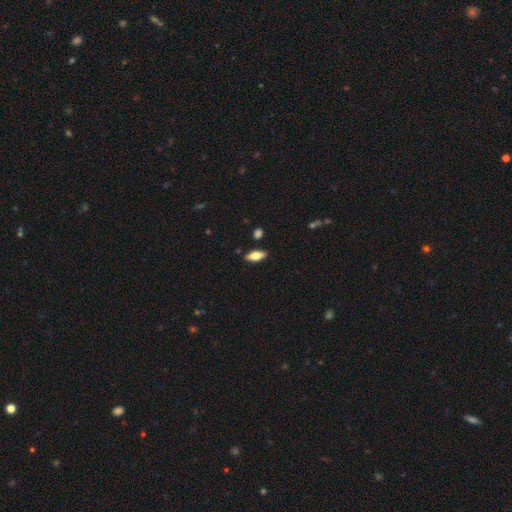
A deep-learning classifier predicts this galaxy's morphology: smooth-or-featured: smooth: 66% | featured or disk: 27% | star or artifact: 7%
  how-rounded: in between: 82% | cigar-shaped: 16% | round: 3%
  merging: none: 86% | minor disturbance: 10% | merger: 2% | major disturbance: 2%